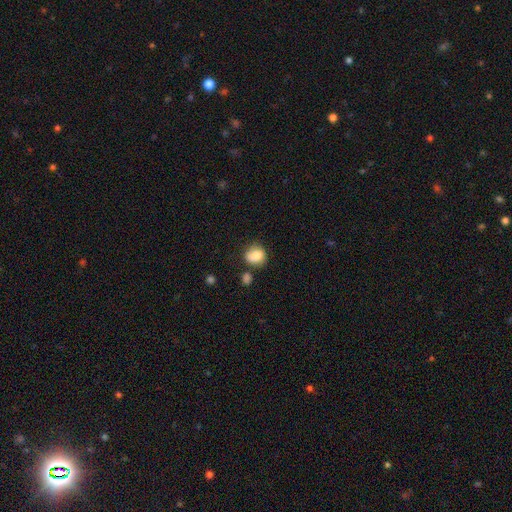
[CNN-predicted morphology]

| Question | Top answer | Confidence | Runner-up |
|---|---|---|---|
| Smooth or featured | smooth | 79% | featured or disk (12%) |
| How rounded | round | 72% | in between (27%) |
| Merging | none | 58% | minor disturbance (24%) |